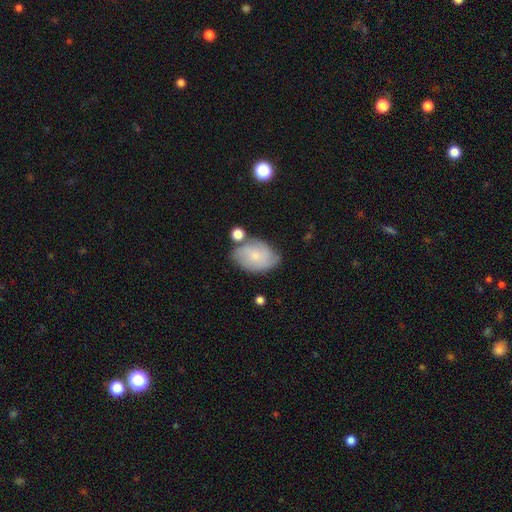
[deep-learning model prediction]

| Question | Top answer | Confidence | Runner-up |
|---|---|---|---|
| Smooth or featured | smooth | 53% | featured or disk (40%) |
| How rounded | in between | 83% | round (16%) |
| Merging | none | 57% | minor disturbance (26%) |